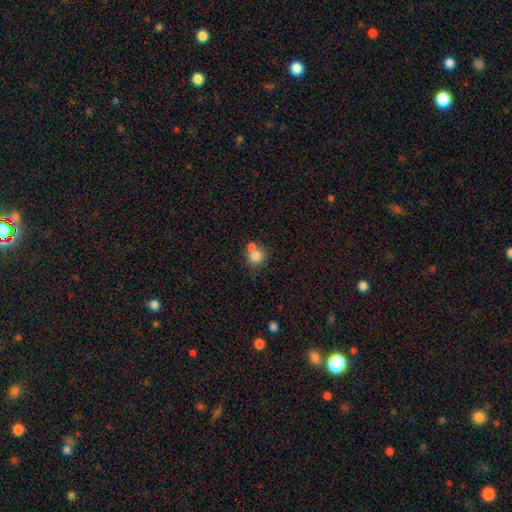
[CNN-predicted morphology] Smooth or featured? Predicted: smooth (p=0.78). How rounded? Predicted: round (p=0.86). Merging? Predicted: none (p=0.46).